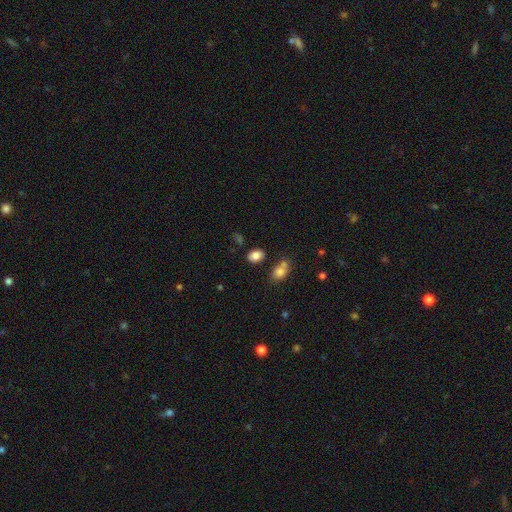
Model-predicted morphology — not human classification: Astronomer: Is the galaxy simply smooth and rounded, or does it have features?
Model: smooth — 83%.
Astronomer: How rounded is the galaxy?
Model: in between — 76%.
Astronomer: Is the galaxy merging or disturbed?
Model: none — 74%.